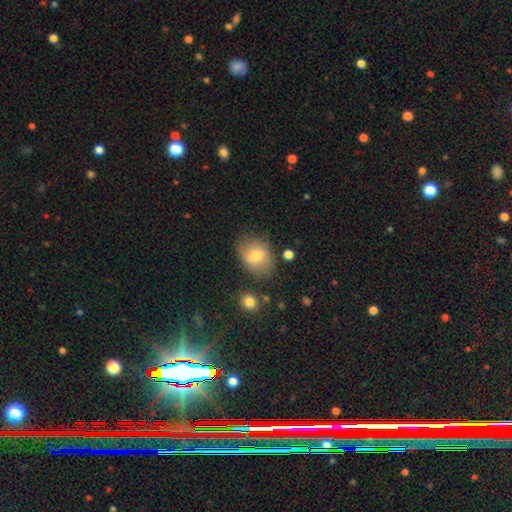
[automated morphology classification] This appears to be a smooth galaxy with no disk features (65%) that is in between round and cigar-shaped (59%). Merging: none (70%).